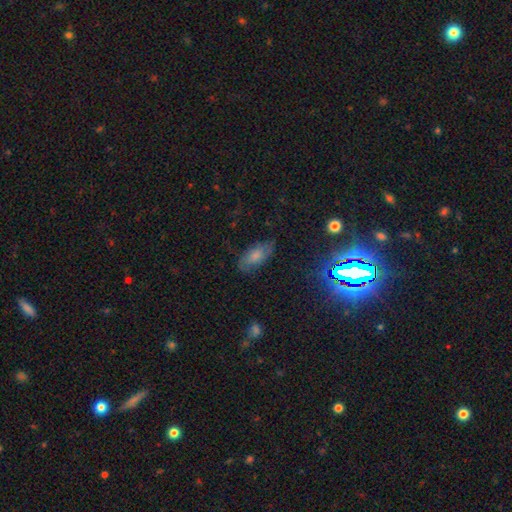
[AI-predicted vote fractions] Smooth or featured? smooth (67%)
How rounded? in between (88%)
Merging? none (73%)